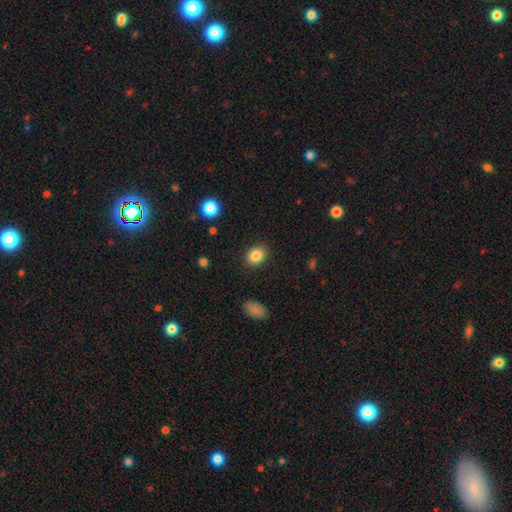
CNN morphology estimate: Smooth or featured?
  - smooth: 86% *
  - star or artifact: 9%
  - featured or disk: 5%
How rounded?
  - round: 59% *
  - in between: 40%
  - cigar-shaped: 1%
Merging?
  - none: 89% *
  - minor disturbance: 7%
  - major disturbance: 3%
  - merger: 1%